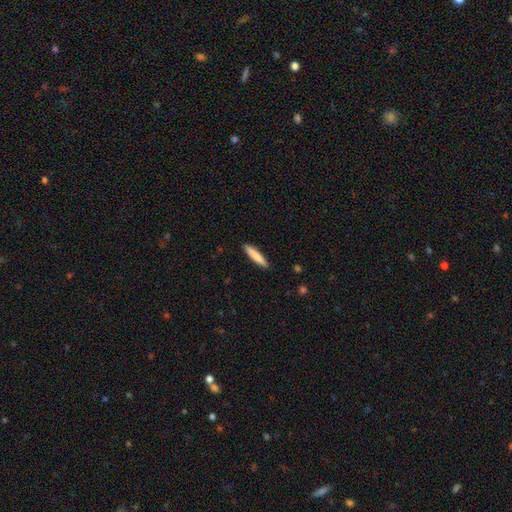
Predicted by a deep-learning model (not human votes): A smooth galaxy with no disk features (82%) that is cigar-shaped (91%).

Vote fractions:
- Smooth or featured? smooth: 82% / featured or disk: 13% / star or artifact: 5%
- How rounded? cigar-shaped: 91% / in between: 8% / round: 1%
- Merging? none: 91% / minor disturbance: 6% / major disturbance: 1% / merger: 1%